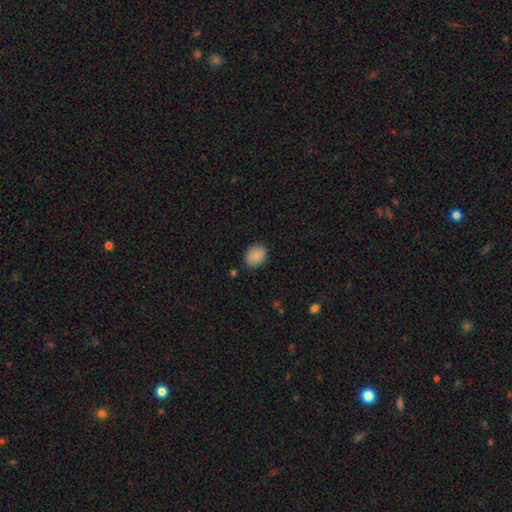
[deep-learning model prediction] smooth 87%, star or artifact 8%, featured or disk 5%. Down the decision tree: how rounded — in between (58%); merging — none (85%).